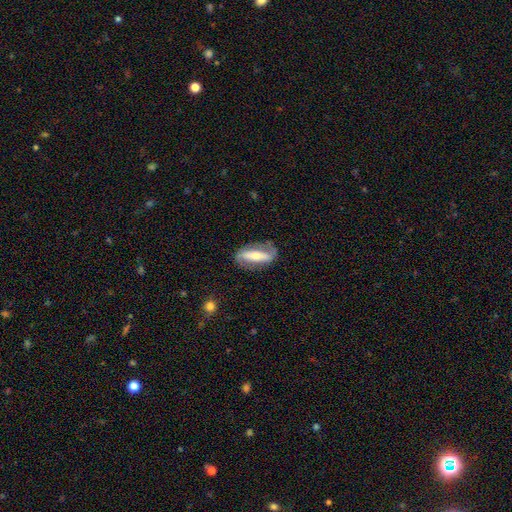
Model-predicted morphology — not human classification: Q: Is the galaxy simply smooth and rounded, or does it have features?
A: featured or disk — 66%.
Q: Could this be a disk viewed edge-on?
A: no — 77%.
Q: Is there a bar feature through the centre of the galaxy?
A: strong — 65%.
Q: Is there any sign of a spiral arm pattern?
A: yes — 69%.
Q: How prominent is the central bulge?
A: moderate — 54%.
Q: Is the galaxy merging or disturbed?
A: none — 75%.